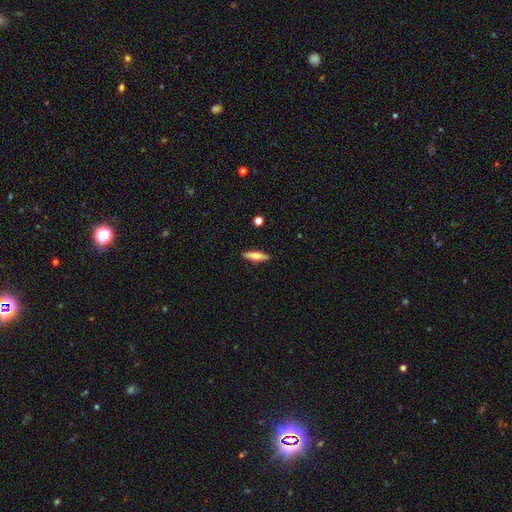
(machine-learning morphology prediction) The model was most divided on "smooth or featured": smooth: 54%, featured or disk: 40%, star or artifact: 6%. More confident: merging — none (90%); how rounded — cigar-shaped (69%).